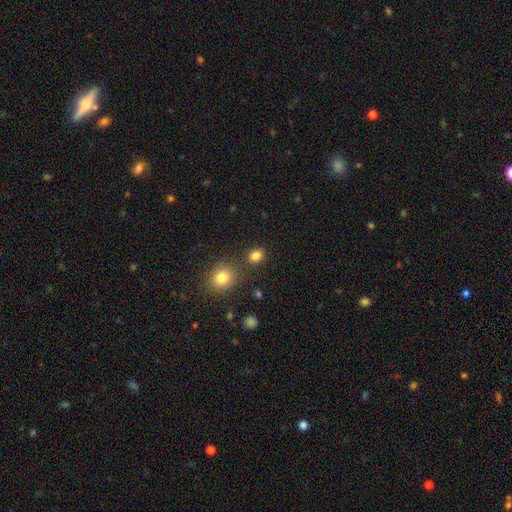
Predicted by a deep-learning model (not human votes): This appears to be a smooth galaxy with no disk features (83%) that is round (67%). Merging: none (80%).